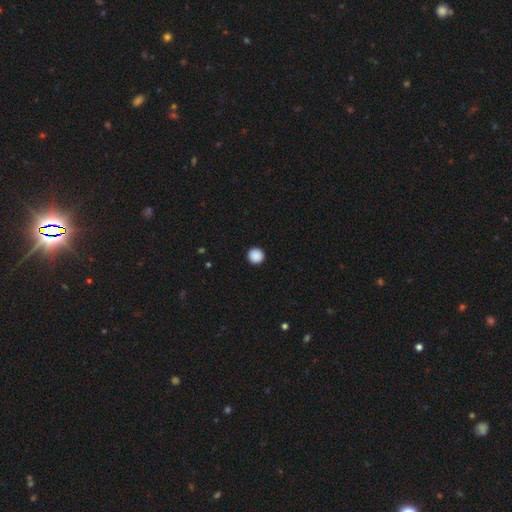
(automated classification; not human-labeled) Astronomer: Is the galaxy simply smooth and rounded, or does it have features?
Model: smooth — 89%.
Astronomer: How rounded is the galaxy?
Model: round — 94%.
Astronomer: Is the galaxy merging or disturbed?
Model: none — 93%.